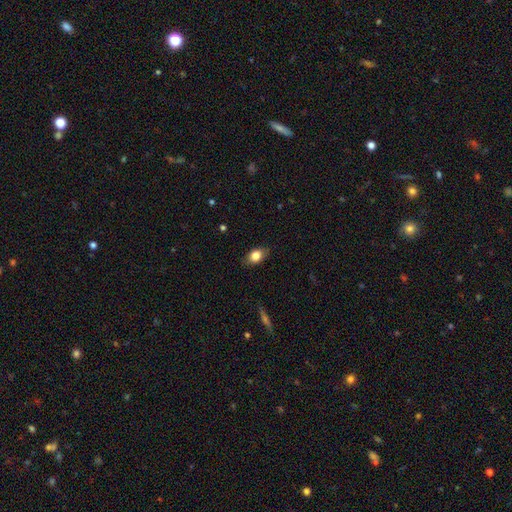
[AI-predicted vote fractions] Smooth or featured? smooth (80%)
How rounded? in between (81%)
Merging? none (82%)